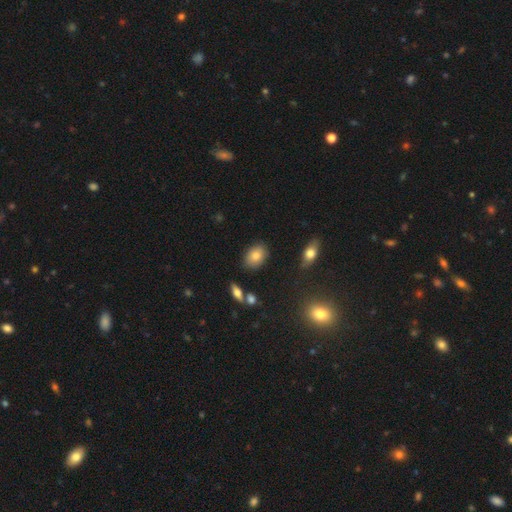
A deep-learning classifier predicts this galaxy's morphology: A smooth galaxy with no disk features (81%) that is in between round and cigar-shaped (81%). Merging: none (83%).